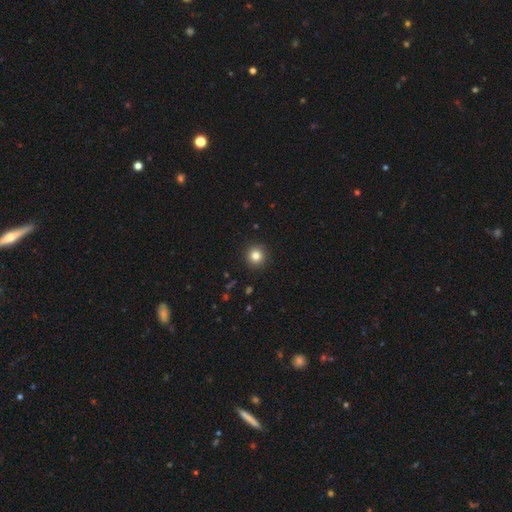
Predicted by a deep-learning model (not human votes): The model was most divided on "smooth or featured": smooth: 83%, star or artifact: 11%, featured or disk: 6%. More confident: how rounded — round (95%); merging — none (92%).